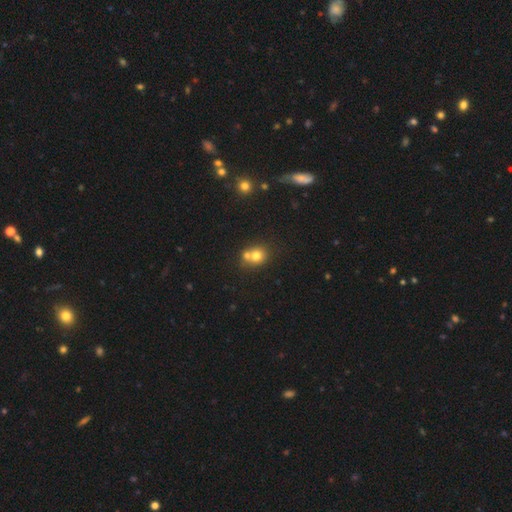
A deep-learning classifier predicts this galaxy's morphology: A smooth galaxy with no disk features (74%) that is round (76%).

Vote fractions:
- Smooth or featured? smooth: 74% / featured or disk: 14% / star or artifact: 13%
- How rounded? round: 76% / in between: 23% / cigar-shaped: 1%
- Merging? merger: 46% / none: 43% / minor disturbance: 8% / major disturbance: 3%